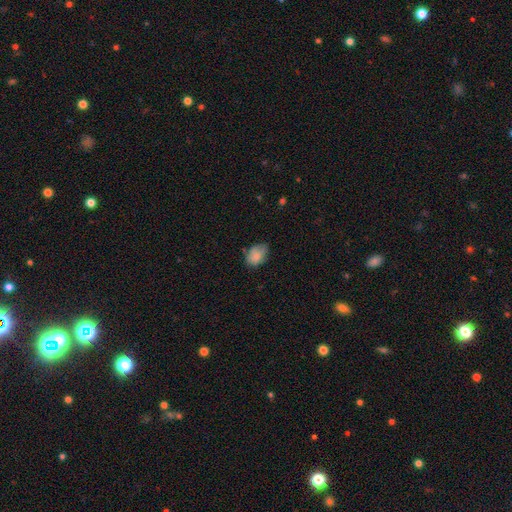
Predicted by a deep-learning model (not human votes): Smooth or featured? Predicted: smooth (p=0.80). How rounded? Predicted: in between (p=0.80). Merging? Predicted: none (p=0.55).